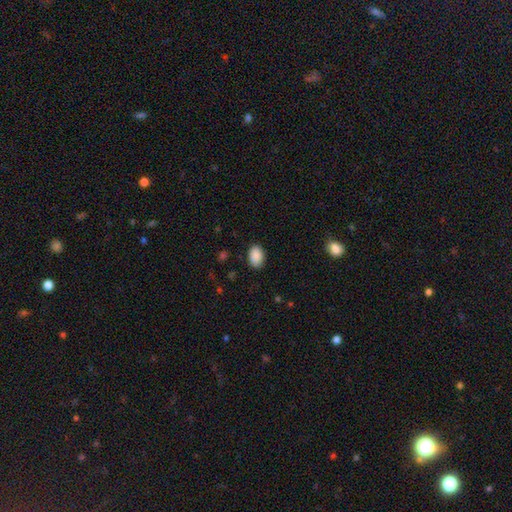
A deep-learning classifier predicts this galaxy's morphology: Q: Smooth or featured?
A: smooth (89%); runner-up: star or artifact (7%)
Q: How rounded?
A: in between (87%); runner-up: round (12%)
Q: Merging?
A: none (86%); runner-up: minor disturbance (11%)